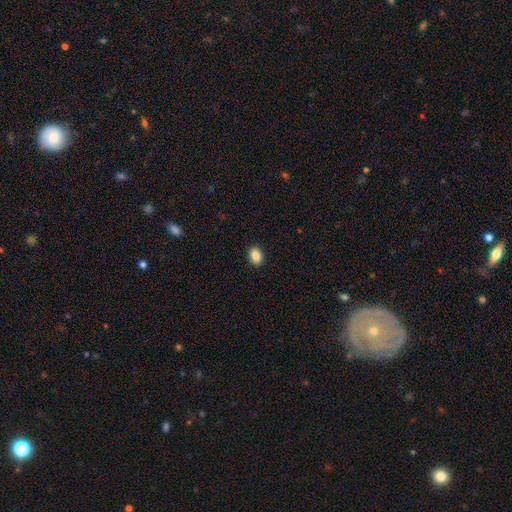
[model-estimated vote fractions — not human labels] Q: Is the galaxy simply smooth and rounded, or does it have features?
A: smooth — 87%.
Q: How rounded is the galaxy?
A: in between — 69%.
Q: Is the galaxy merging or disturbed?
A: none — 91%.